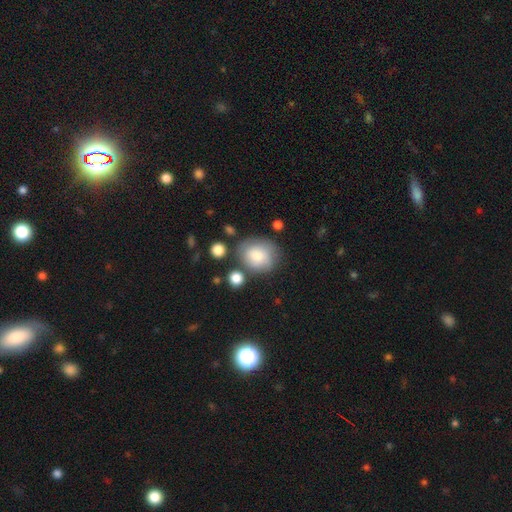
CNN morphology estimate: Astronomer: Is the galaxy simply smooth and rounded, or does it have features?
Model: smooth — 79%.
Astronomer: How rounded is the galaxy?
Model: round — 67%.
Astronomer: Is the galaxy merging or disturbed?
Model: none — 62%.